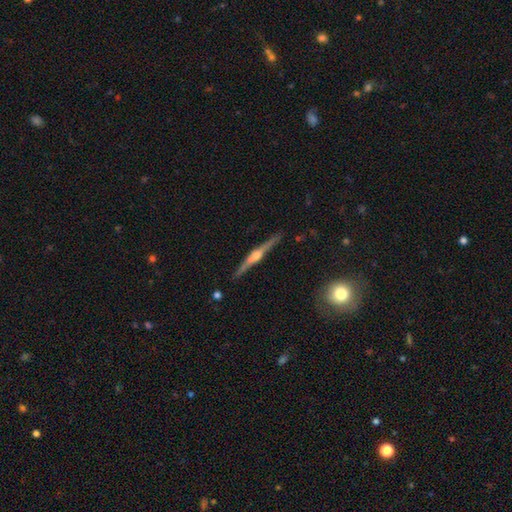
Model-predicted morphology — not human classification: Overall: featured or disk (84%). Edge-on disk: yes (98%). Edge-on bulge: rounded (89%). Merging: none (90%).